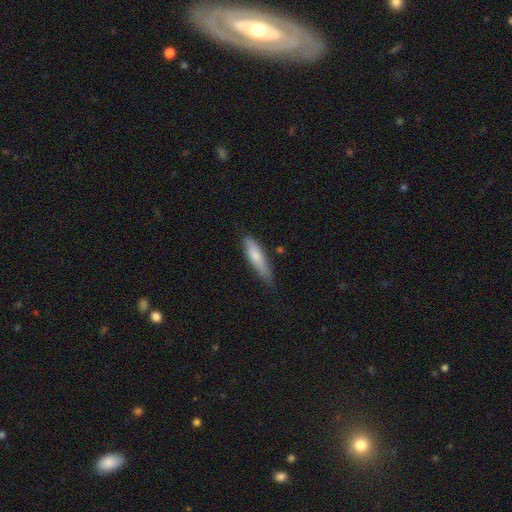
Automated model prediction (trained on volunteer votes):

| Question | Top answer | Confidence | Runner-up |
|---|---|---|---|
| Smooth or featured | smooth | 76% | featured or disk (18%) |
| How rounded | cigar-shaped | 74% | in between (24%) |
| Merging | none | 66% | minor disturbance (28%) |